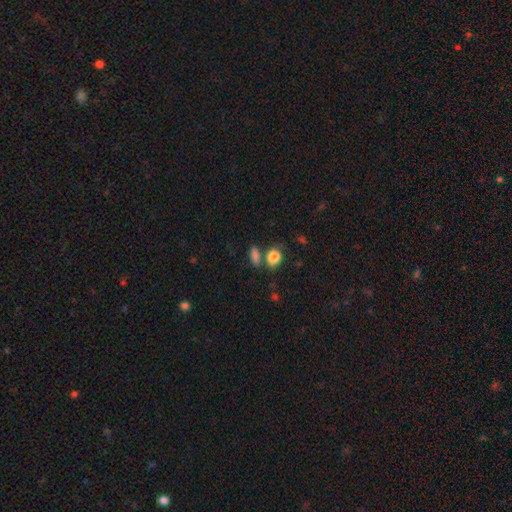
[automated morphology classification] Smooth or featured?
  - smooth: 83% *
  - star or artifact: 10%
  - featured or disk: 7%
How rounded?
  - in between: 66% *
  - round: 21%
  - cigar-shaped: 13%
Merging?
  - none: 59% *
  - merger: 22%
  - minor disturbance: 14%
  - major disturbance: 5%